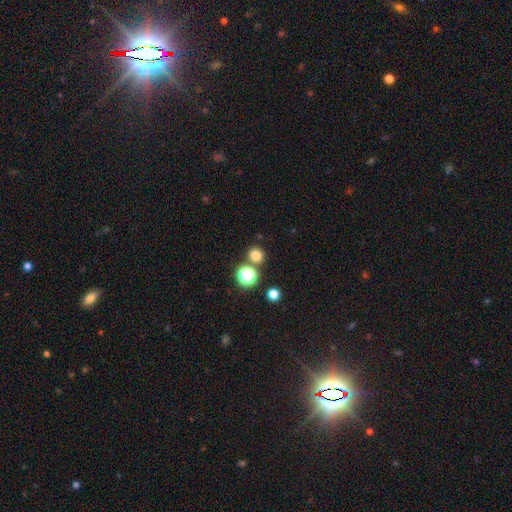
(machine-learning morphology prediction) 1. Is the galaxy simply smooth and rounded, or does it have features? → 77% smooth, 18% star or artifact, 5% featured or disk.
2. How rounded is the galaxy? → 91% round, 8% in between, 1% cigar-shaped.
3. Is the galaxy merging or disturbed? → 78% none, 13% merger, 6% minor disturbance, 2% major disturbance.